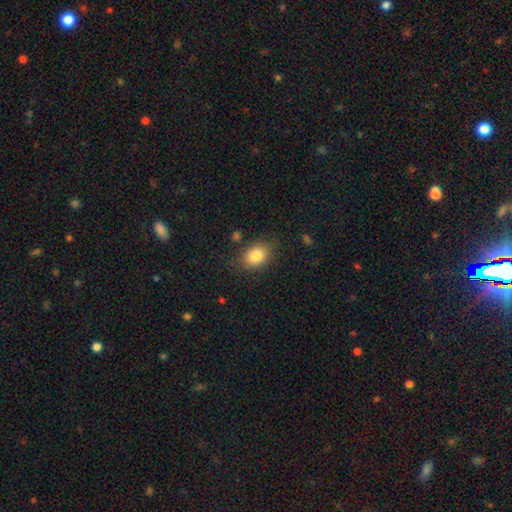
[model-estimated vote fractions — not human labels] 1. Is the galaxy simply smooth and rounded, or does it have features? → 82% smooth, 9% featured or disk, 9% star or artifact.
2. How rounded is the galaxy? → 71% in between, 28% round, 1% cigar-shaped.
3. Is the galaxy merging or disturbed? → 80% none, 14% minor disturbance, 4% major disturbance, 2% merger.